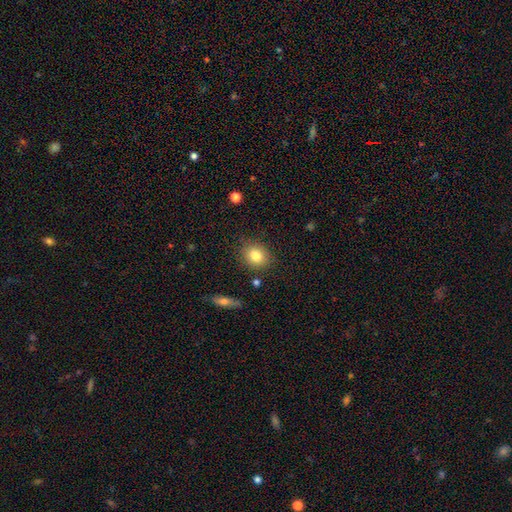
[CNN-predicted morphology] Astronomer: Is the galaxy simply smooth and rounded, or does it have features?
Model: smooth — 81%.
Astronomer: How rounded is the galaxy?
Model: round — 70%.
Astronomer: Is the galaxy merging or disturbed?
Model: none — 86%.